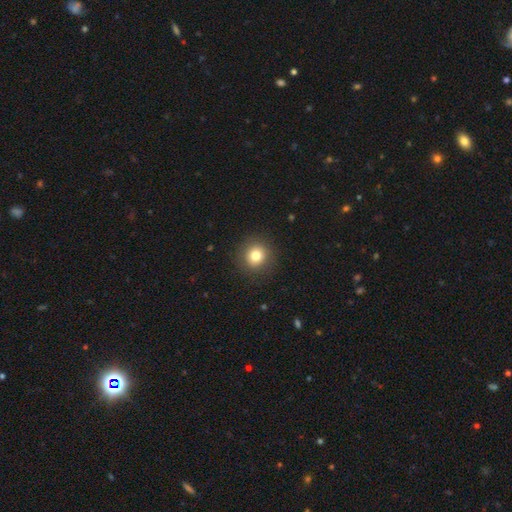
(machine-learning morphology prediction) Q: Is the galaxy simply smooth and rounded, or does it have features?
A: smooth — 80%.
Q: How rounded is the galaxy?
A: round — 92%.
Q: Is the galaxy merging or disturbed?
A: none — 90%.